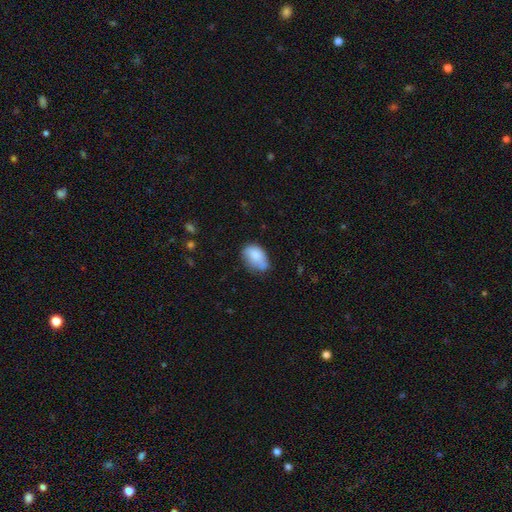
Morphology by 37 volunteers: Smooth or featured?
  - smooth: 84% *
  - featured or disk: 11%
  - star or artifact: 5%
How rounded?
  - in between: 84% *
  - round: 16%
  - cigar-shaped: 0%
Merging?
  - none: 49% *
  - minor disturbance: 37%
  - merger: 14%
  - major disturbance: 0%